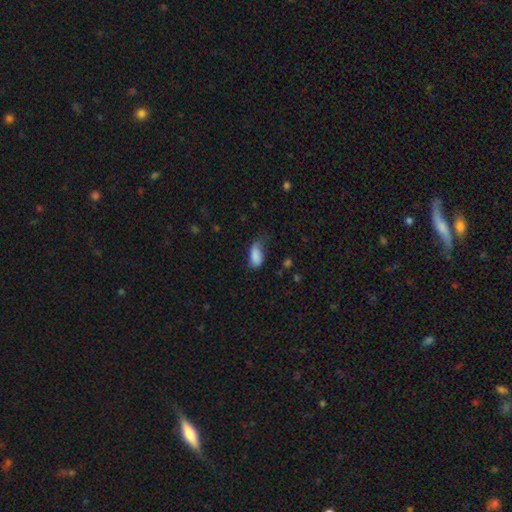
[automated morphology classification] Smooth or featured: smooth — 85% (star or artifact — 8%)
How rounded: in between — 91% (cigar-shaped — 6%)
Merging: minor disturbance — 39% (none — 38%)